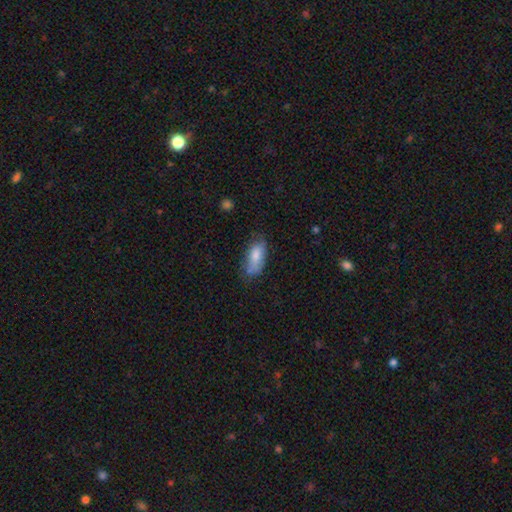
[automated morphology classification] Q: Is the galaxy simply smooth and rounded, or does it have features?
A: smooth — 74%.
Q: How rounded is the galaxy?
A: in between — 85%.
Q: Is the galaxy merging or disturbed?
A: none — 58%.